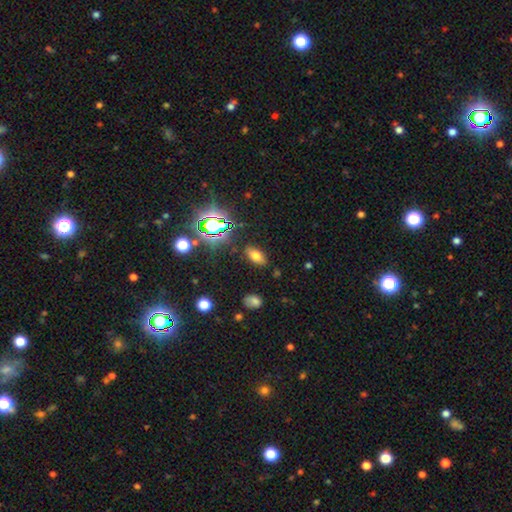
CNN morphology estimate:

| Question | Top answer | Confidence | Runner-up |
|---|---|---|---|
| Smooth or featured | smooth | 67% | star or artifact (20%) |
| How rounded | in between | 89% | round (6%) |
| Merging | none | 84% | minor disturbance (10%) |